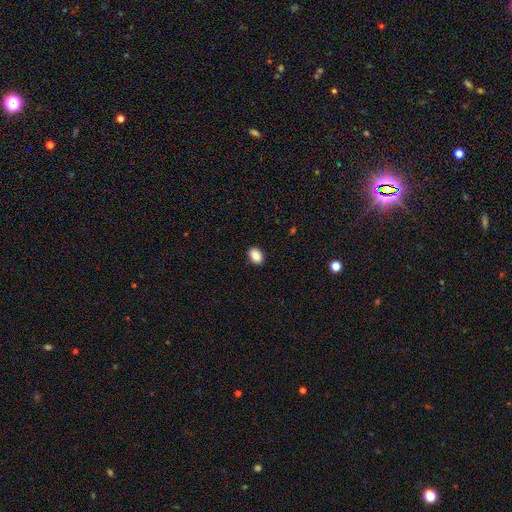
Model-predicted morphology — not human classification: This appears to be a smooth galaxy with no disk features (89%) that is in between round and cigar-shaped (78%). Merging: none (90%).